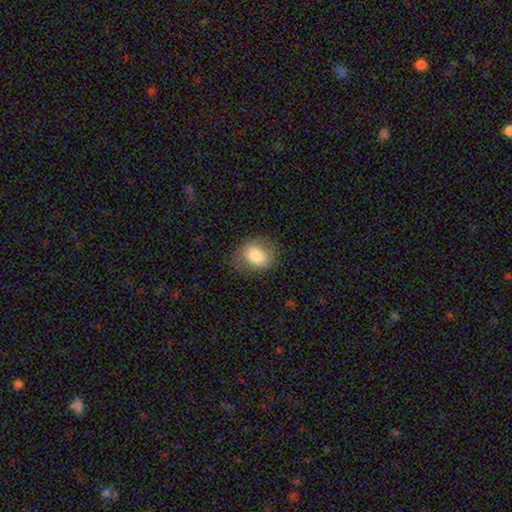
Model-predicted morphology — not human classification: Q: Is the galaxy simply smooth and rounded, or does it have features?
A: smooth — 78%.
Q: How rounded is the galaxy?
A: in between — 54%.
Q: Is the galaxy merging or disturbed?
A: none — 72%.